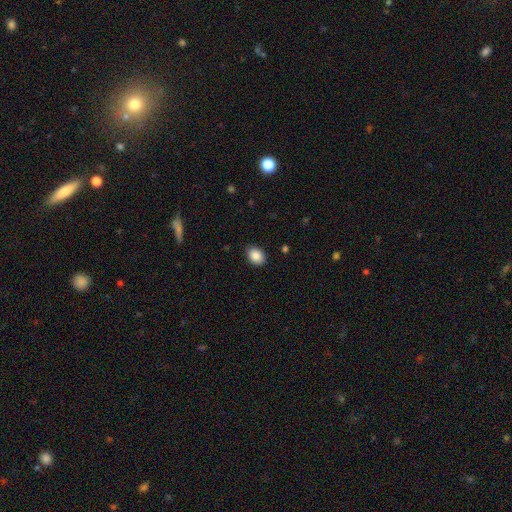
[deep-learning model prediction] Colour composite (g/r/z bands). It shows a smooth galaxy with no disk features (88%) that is in between round and cigar-shaped (74%). Merging: none (88%).